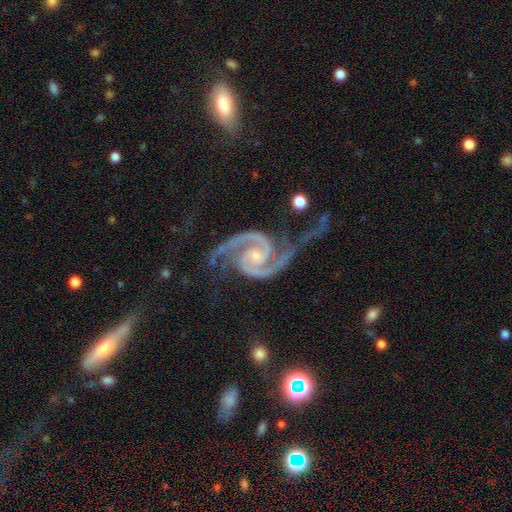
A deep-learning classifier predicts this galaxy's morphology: The model was most divided on "spiral winding": medium: 57%, tight: 31%, loose: 12%. More confident: spiral arms — yes (99%); edge-on disk — no (98%); smooth or featured — featured or disk (95%); spiral arm count — 2 (94%); bulge size — small (73%); bar — no (64%); merging — none (59%).